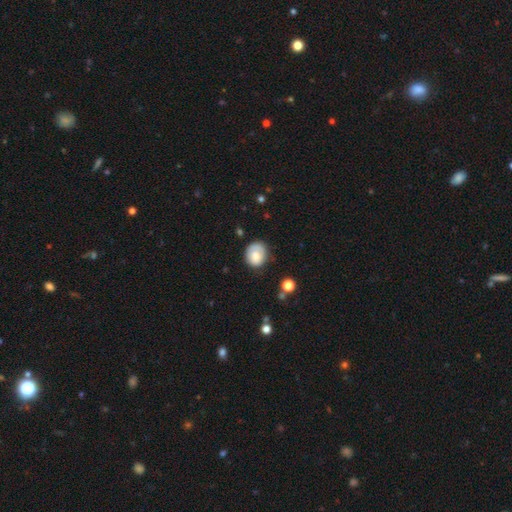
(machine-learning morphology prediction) Smooth or featured? Predicted: smooth (p=0.73). How rounded? Predicted: round (p=0.66). Merging? Predicted: none (p=0.63).